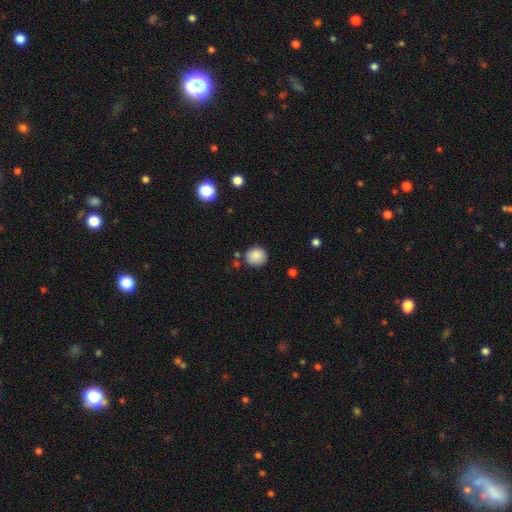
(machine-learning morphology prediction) smooth 88%, star or artifact 8%, featured or disk 4%. Down the decision tree: how rounded — round (86%); merging — none (81%).